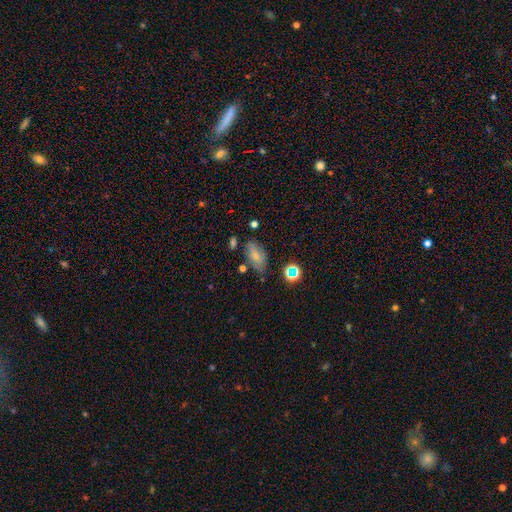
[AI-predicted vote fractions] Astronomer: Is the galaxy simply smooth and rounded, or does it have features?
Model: smooth — 68%.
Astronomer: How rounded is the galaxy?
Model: in between — 88%.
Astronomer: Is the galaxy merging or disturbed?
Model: none — 67%.